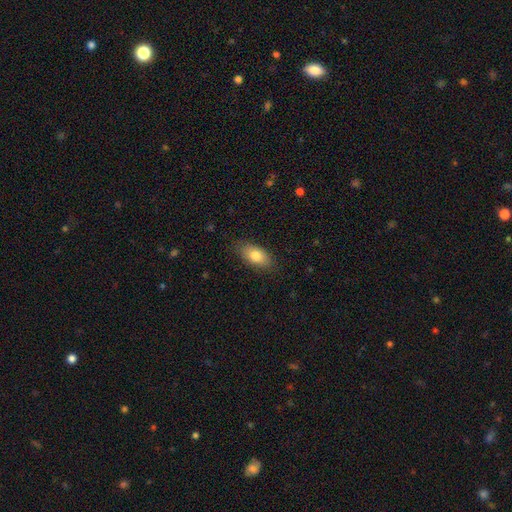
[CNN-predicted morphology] smooth 79%, featured or disk 14%, star or artifact 7%. Down the decision tree: how rounded — in between (90%); merging — none (83%).